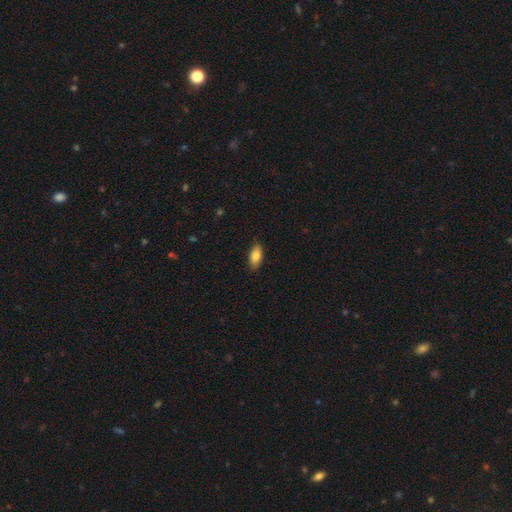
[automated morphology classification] Smooth or featured: smooth — 82% (featured or disk — 11%)
How rounded: in between — 87% (cigar-shaped — 10%)
Merging: none — 85% (minor disturbance — 12%)